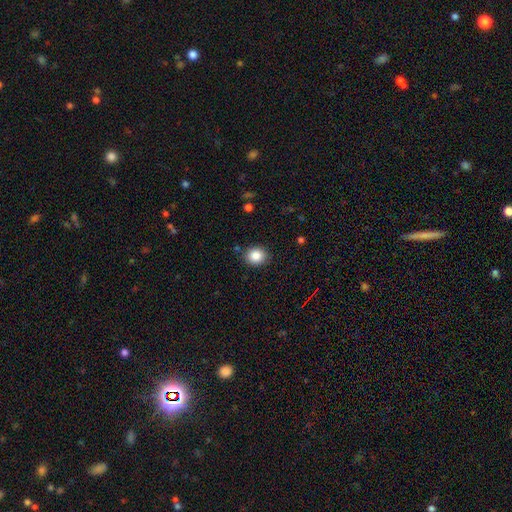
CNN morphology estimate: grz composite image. It shows a smooth galaxy with no disk features (86%) that is round (74%). Merging: none (87%).